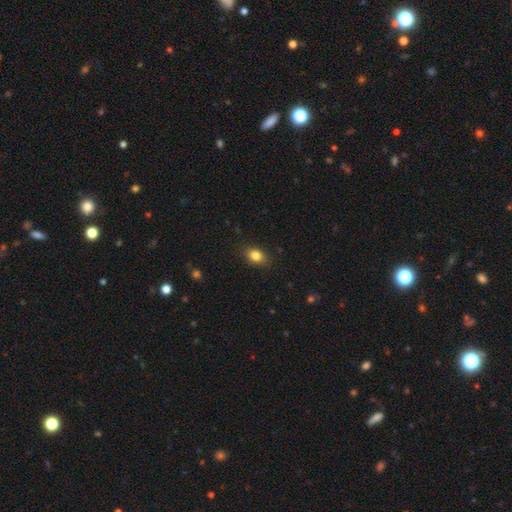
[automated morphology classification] Smooth or featured?
  - smooth: 84% *
  - star or artifact: 10%
  - featured or disk: 7%
How rounded?
  - in between: 74% *
  - round: 24%
  - cigar-shaped: 2%
Merging?
  - none: 87% *
  - minor disturbance: 10%
  - major disturbance: 2%
  - merger: 1%